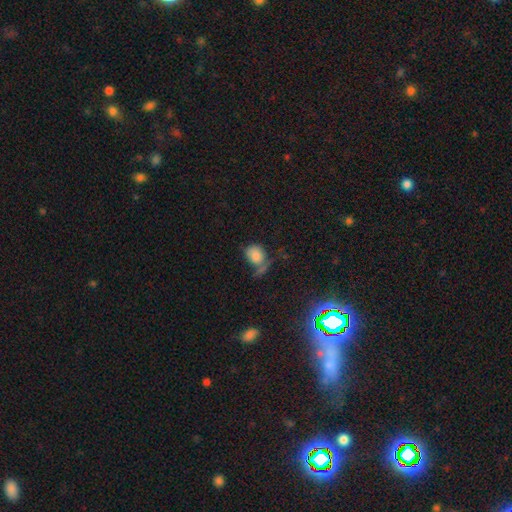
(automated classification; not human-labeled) Smooth or featured? Predicted: smooth (p=0.79). How rounded? Predicted: in between (p=0.51). Merging? Predicted: none (p=0.36).